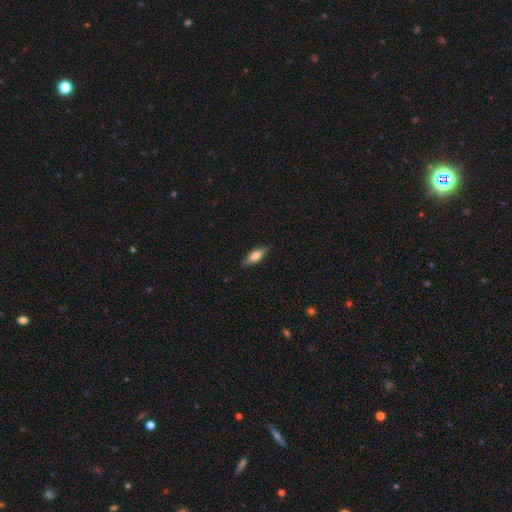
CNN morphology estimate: Smooth or featured?
  - smooth: 70% *
  - featured or disk: 23%
  - star or artifact: 6%
How rounded?
  - in between: 65% *
  - cigar-shaped: 33%
  - round: 2%
Merging?
  - none: 85% *
  - minor disturbance: 12%
  - major disturbance: 2%
  - merger: 1%